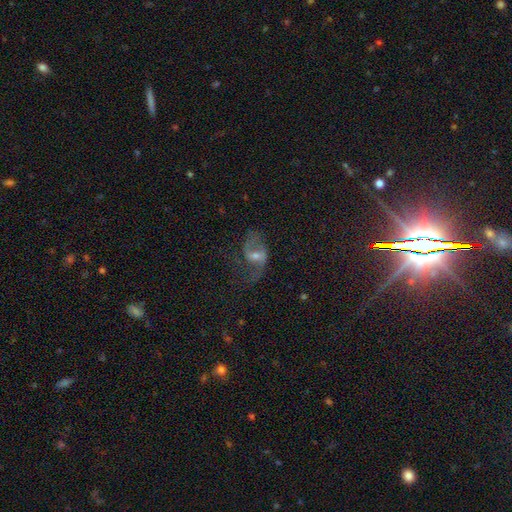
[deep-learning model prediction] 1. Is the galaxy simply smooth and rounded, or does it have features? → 72% featured or disk, 15% star or artifact, 13% smooth.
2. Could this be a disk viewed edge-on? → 96% no, 4% yes.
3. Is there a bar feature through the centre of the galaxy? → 47% weak, 34% no, 18% strong.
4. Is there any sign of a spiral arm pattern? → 87% yes, 13% no.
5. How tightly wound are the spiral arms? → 60% loose, 32% medium, 8% tight.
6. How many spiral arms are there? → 81% 2, 8% 1, 7% can't tell, 2% 3, 1% 4, 1% more than 4.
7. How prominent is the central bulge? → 48% small, 43% moderate, 5% none, 3% large, 1% dominant.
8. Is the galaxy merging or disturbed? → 54% none, 24% major disturbance, 19% minor disturbance, 3% merger.